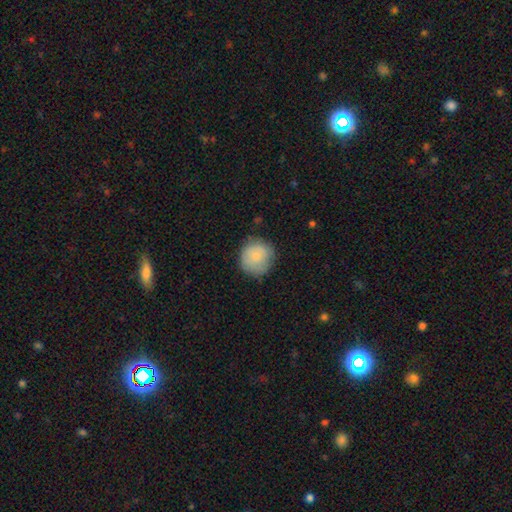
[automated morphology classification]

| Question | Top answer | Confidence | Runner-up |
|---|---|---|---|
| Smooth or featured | smooth | 77% | featured or disk (16%) |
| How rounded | round | 91% | in between (8%) |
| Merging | none | 74% | minor disturbance (20%) |